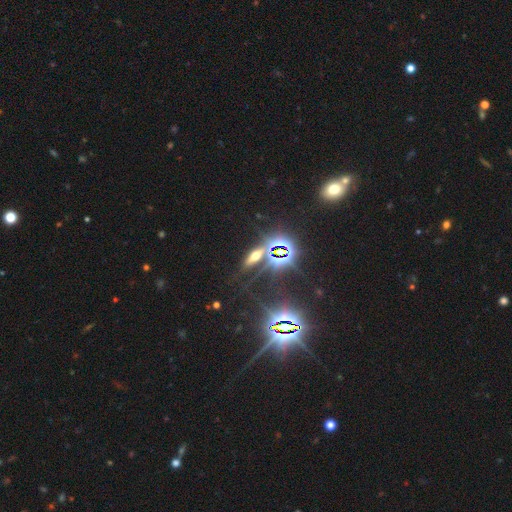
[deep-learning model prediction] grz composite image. It shows a star or artifact, not a galaxy (50%).